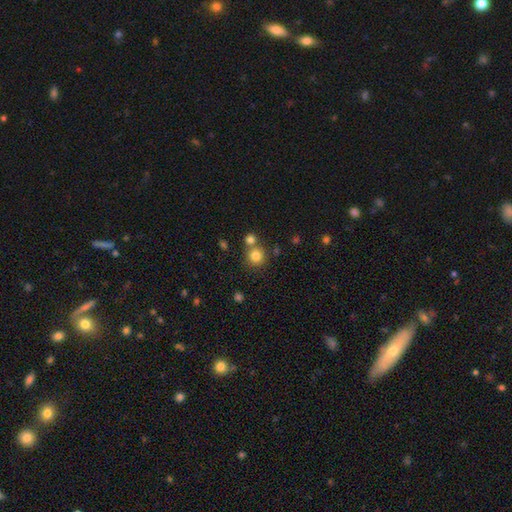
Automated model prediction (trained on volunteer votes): Smooth or featured: smooth — 80% (star or artifact — 12%)
How rounded: round — 91% (in between — 8%)
Merging: none — 65% (merger — 25%)